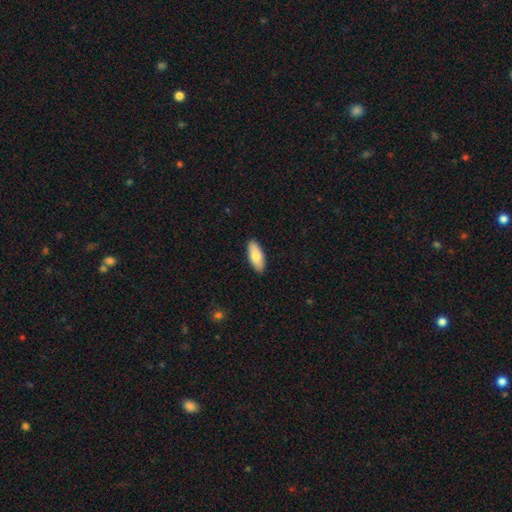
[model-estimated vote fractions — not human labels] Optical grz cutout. It shows a smooth galaxy with no disk features (81%) that is in between round and cigar-shaped (80%). Merging: none (90%).